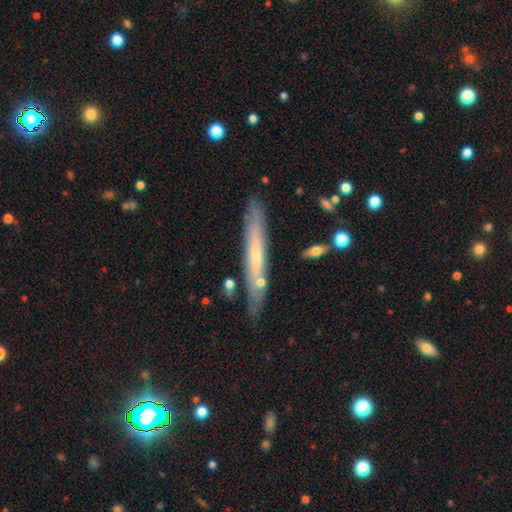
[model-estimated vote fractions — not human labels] This appears to be a featured or disk galaxy (52%) viewed edge-on (82%). Merging: none (79%).